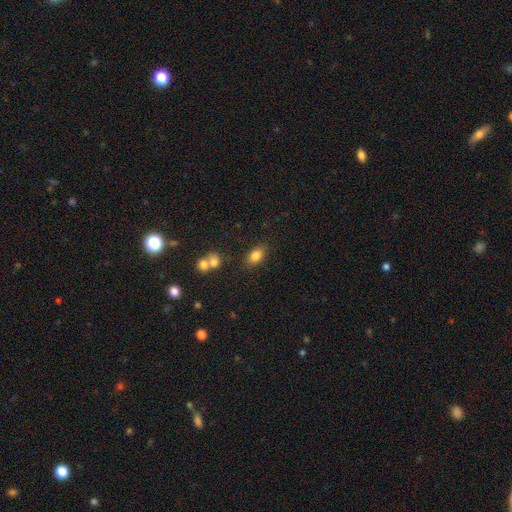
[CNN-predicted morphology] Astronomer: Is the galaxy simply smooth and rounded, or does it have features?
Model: smooth — 83%.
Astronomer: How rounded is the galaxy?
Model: in between — 85%.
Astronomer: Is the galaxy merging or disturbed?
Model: none — 80%.